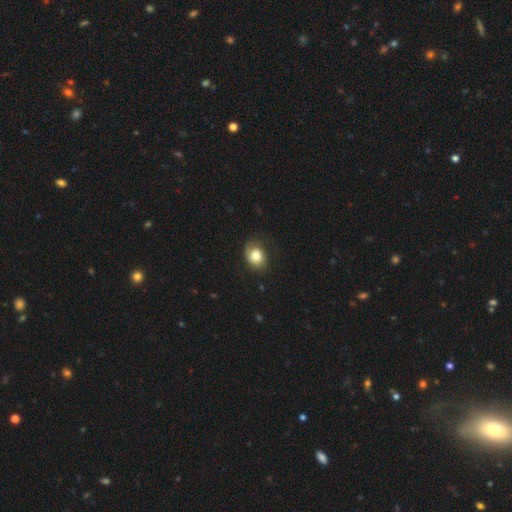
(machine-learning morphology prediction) Q: Smooth or featured?
A: smooth (77%); runner-up: featured or disk (14%)
Q: How rounded?
A: round (56%); runner-up: in between (44%)
Q: Merging?
A: none (73%); runner-up: minor disturbance (19%)